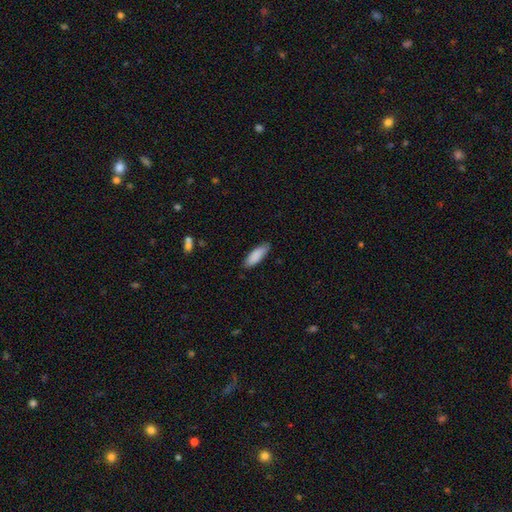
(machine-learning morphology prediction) smooth 88%, featured or disk 6%, star or artifact 6%. Down the decision tree: how rounded — in between (61%); merging — none (83%).